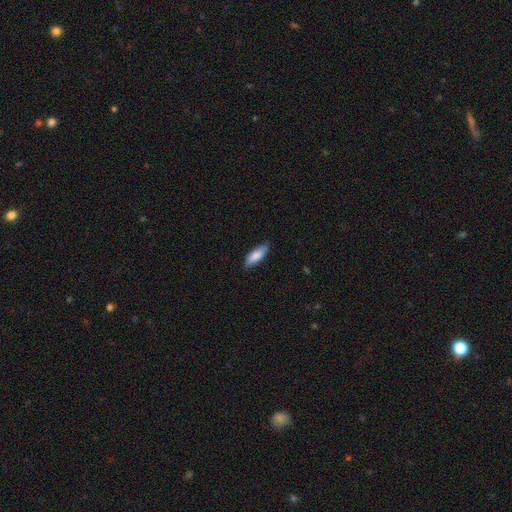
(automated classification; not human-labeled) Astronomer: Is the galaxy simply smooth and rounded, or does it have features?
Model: smooth — 81%.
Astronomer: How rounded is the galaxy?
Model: in between — 57% (runner-up: cigar-shaped, 41%).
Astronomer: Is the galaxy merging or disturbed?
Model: none — 82%.